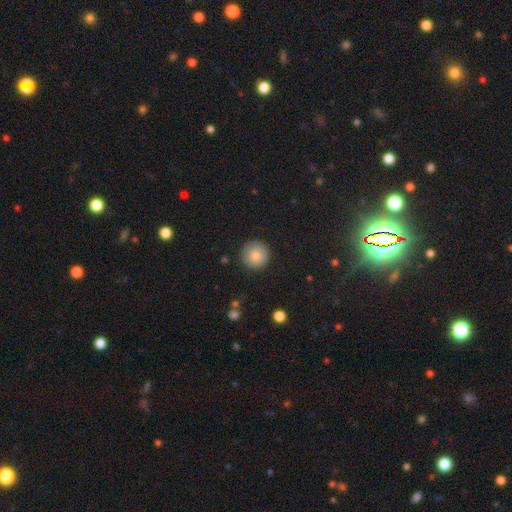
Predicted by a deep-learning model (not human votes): Smooth or featured? smooth (83%)
How rounded? round (96%)
Merging? none (90%)